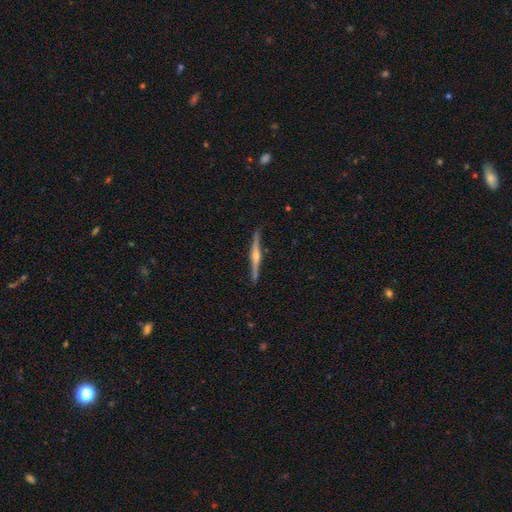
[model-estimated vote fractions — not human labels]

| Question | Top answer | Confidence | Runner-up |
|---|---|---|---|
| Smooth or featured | featured or disk | 79% | smooth (16%) |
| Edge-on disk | yes | 98% | no (2%) |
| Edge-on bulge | rounded | 89% | none (6%) |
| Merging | none | 90% | minor disturbance (7%) |